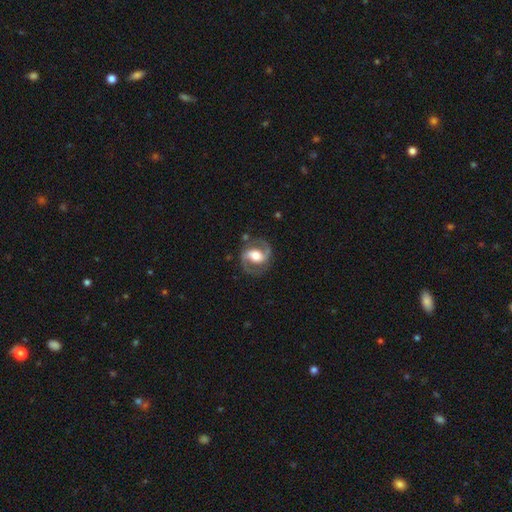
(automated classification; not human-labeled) Smooth or featured?
  - featured or disk: 80% *
  - smooth: 14%
  - star or artifact: 5%
Edge-on disk?
  - no: 97% *
  - yes: 3%
Bar?
  - weak: 37% *
  - strong: 34%
  - no: 29%
Spiral arms?
  - yes: 90% *
  - no: 10%
Spiral winding?
  - medium: 56% *
  - tight: 23%
  - loose: 21%
Spiral arm count?
  - 2: 92% *
  - can't tell: 3%
  - 1: 2%
  - 3: 1%
  - 4: 1%
  - more than 4: 1%
Bulge size?
  - moderate: 56% *
  - large: 30%
  - small: 9%
  - dominant: 3%
  - none: 2%
Merging?
  - none: 79% *
  - minor disturbance: 13%
  - major disturbance: 7%
  - merger: 2%